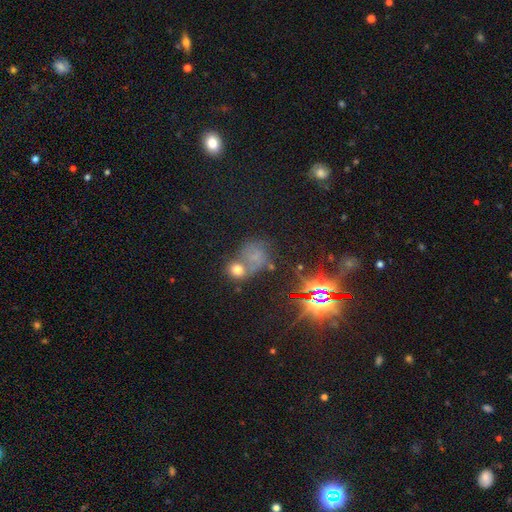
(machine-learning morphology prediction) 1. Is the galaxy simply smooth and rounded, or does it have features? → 45% star or artifact, 36% smooth, 20% featured or disk.